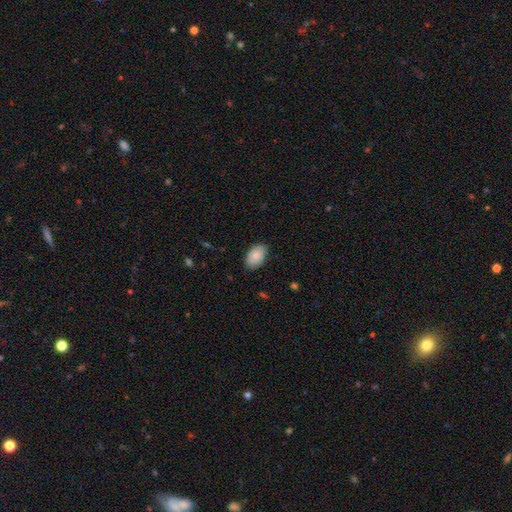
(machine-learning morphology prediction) This appears to be a smooth galaxy with no disk features (87%) that is in between round and cigar-shaped (91%). Merging: none (84%).